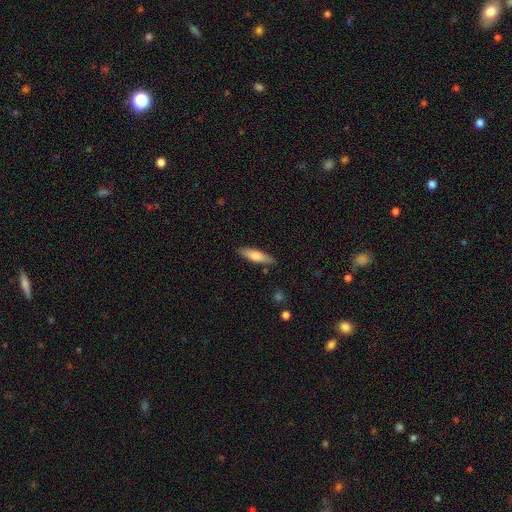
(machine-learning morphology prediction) This appears to be a smooth galaxy with no disk features (70%) that is cigar-shaped (64%). Merging: none (85%).